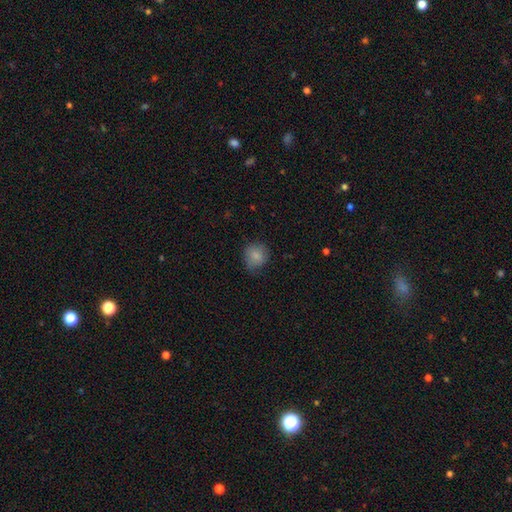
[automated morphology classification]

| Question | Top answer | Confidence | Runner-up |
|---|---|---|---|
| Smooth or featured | smooth | 84% | star or artifact (9%) |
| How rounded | round | 82% | in between (17%) |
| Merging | none | 70% | minor disturbance (23%) |